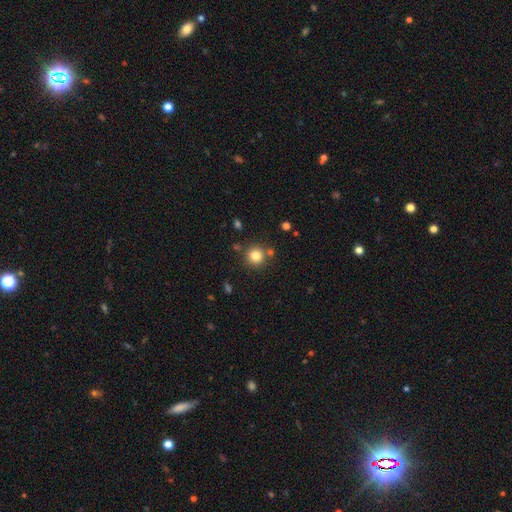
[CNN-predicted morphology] Smooth or featured: smooth — 81% (star or artifact — 12%)
How rounded: round — 94% (in between — 5%)
Merging: none — 81% (minor disturbance — 8%)